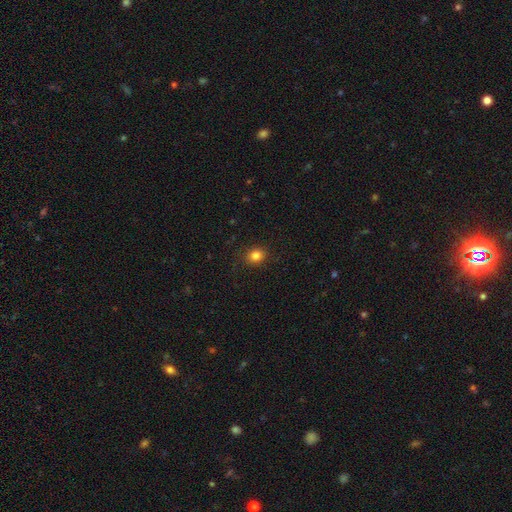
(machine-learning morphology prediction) type=smooth (83%); roundness=round (67%); merging=none (87%).